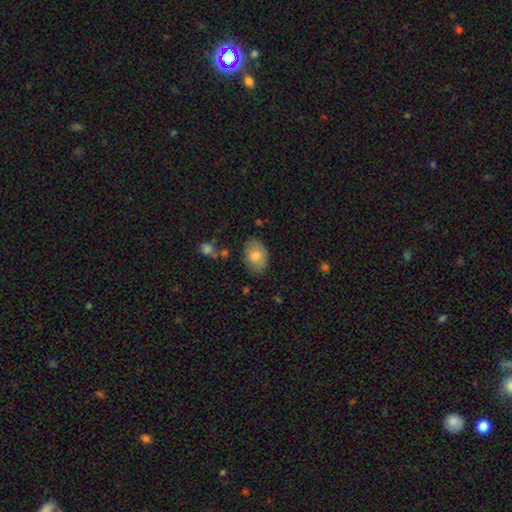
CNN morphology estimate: The model was most divided on "smooth or featured": smooth: 77%, featured or disk: 15%, star or artifact: 8%. More confident: how rounded — in between (84%); merging — none (80%).